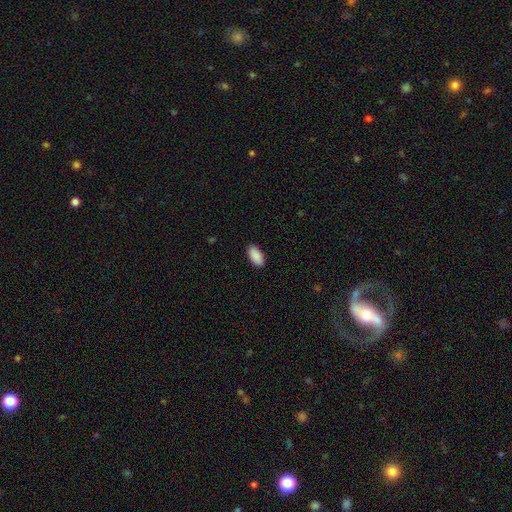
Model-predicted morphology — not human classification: smooth-or-featured: smooth: 91% | star or artifact: 6% | featured or disk: 3%
  how-rounded: in between: 94% | cigar-shaped: 4% | round: 2%
  merging: none: 89% | minor disturbance: 8% | major disturbance: 2% | merger: 1%